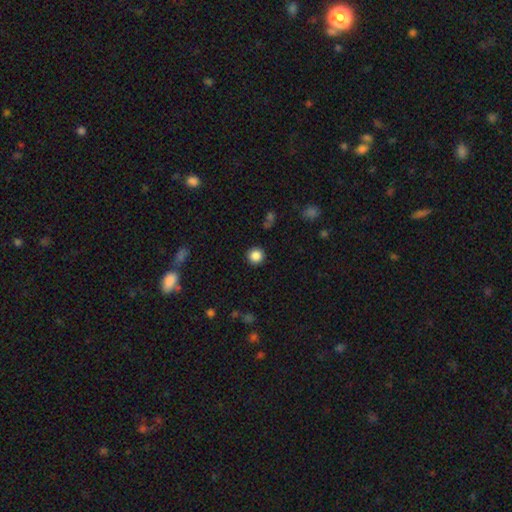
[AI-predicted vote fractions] Smooth or featured?
  - smooth: 86% *
  - star or artifact: 11%
  - featured or disk: 4%
How rounded?
  - round: 95% *
  - in between: 4%
  - cigar-shaped: 1%
Merging?
  - none: 92% *
  - minor disturbance: 5%
  - major disturbance: 2%
  - merger: 1%